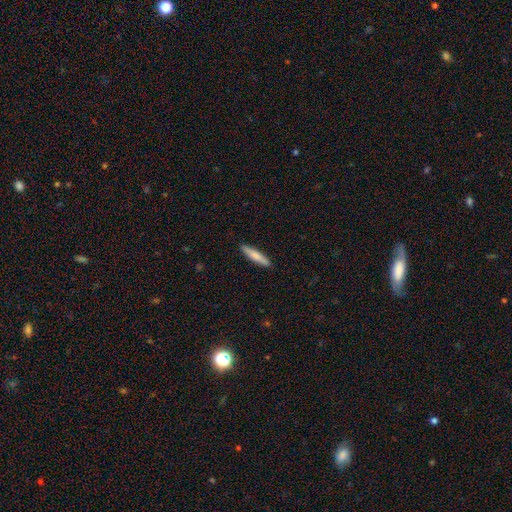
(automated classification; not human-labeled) The model was most divided on "smooth or featured": smooth: 72%, featured or disk: 22%, star or artifact: 5%. More confident: merging — none (91%); how rounded — cigar-shaped (89%).